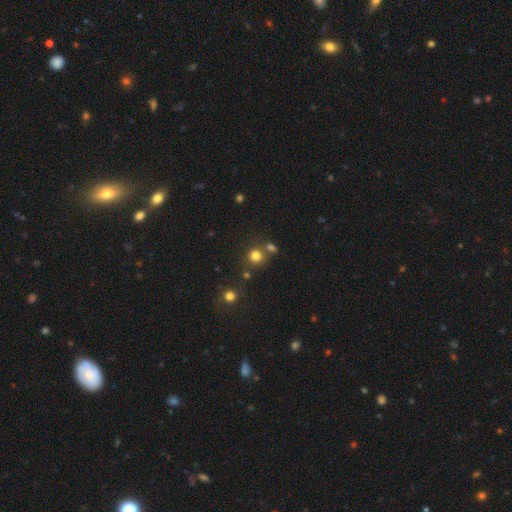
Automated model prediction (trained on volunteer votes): smooth_or_featured: smooth (p=0.78) [alt: star or artifact p=0.16]
how_rounded: round (p=0.90) [alt: in between p=0.09]
merging: none (p=0.70) [alt: merger p=0.18]